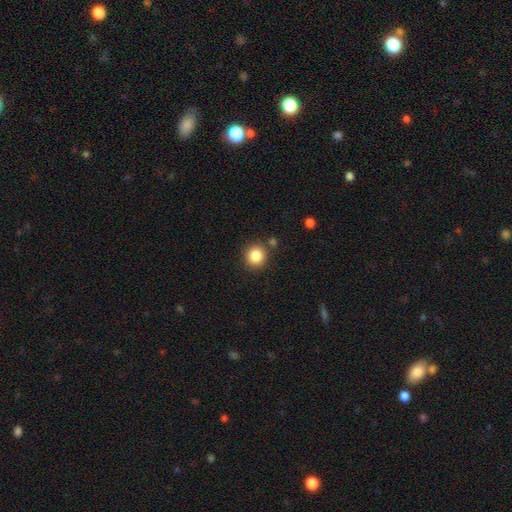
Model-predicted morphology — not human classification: This appears to be a smooth galaxy with no disk features (85%) that is round (91%). Merging: none (83%).